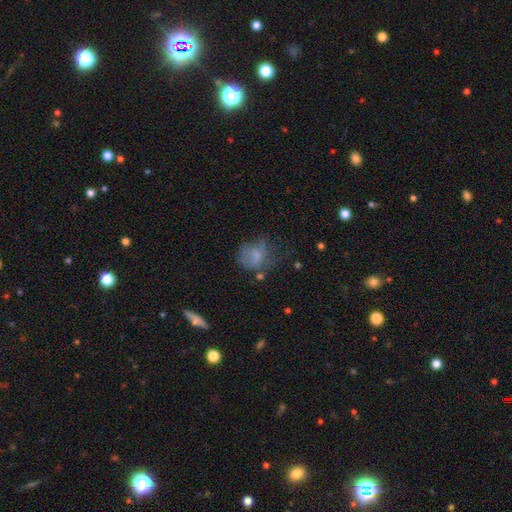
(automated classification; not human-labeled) Morphology: type=smooth (62%); roundness=round (55%); merging=none (36%).